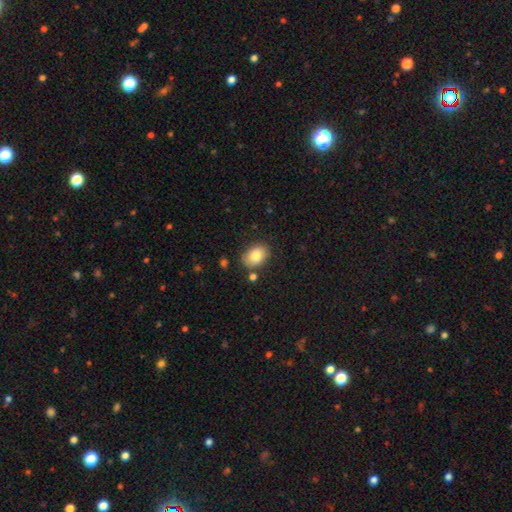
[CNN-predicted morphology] Smooth or featured? smooth (82%)
How rounded? in between (78%)
Merging? none (79%)